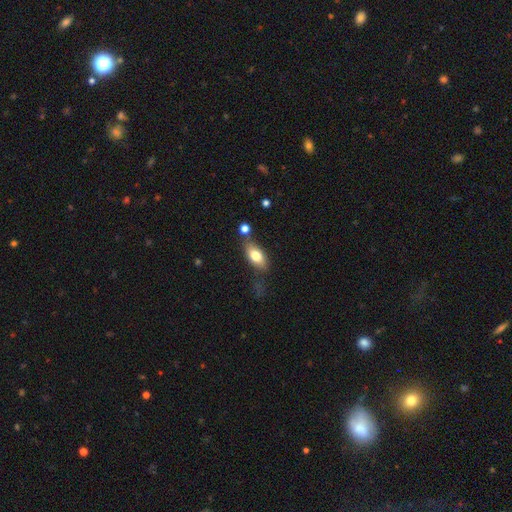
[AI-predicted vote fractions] Smooth or featured?
  - smooth: 75% *
  - featured or disk: 18%
  - star or artifact: 7%
How rounded?
  - in between: 86% *
  - cigar-shaped: 9%
  - round: 5%
Merging?
  - none: 61% *
  - minor disturbance: 20%
  - merger: 12%
  - major disturbance: 8%